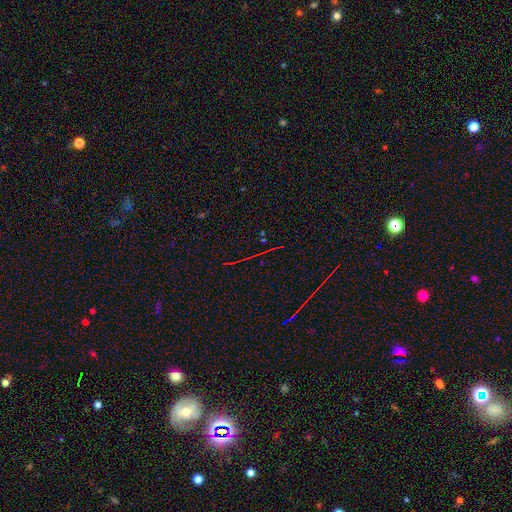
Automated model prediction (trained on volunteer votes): This is likely a star or artifact rather than a galaxy (76%).